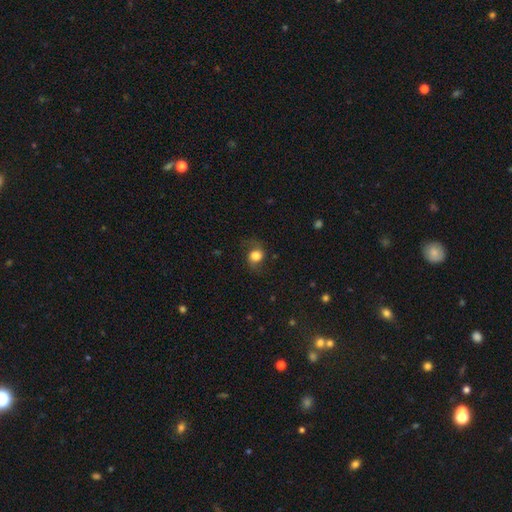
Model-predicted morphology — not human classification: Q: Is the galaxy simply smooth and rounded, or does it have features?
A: smooth — 67%.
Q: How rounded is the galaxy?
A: round — 63%.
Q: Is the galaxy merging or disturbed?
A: none — 65%.